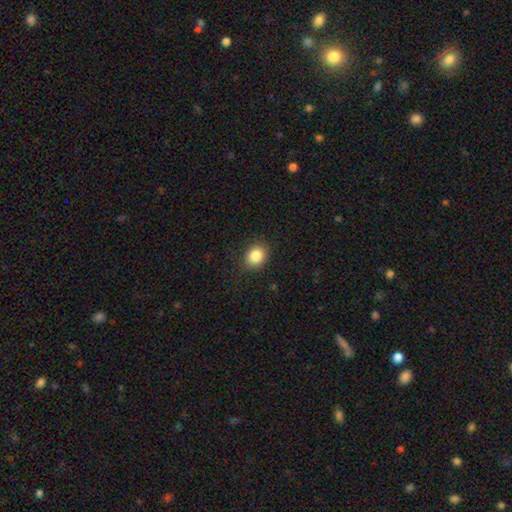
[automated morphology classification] smooth_or_featured: smooth (p=0.85) [alt: star or artifact p=0.10]
how_rounded: round (p=0.62) [alt: in between p=0.37]
merging: none (p=0.87) [alt: minor disturbance p=0.10]